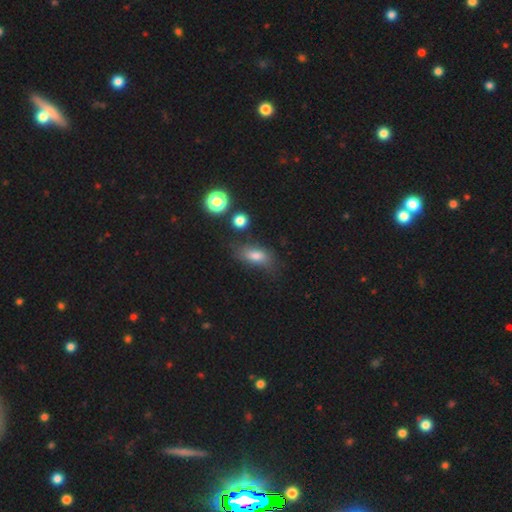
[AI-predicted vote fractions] Q: Smooth or featured?
A: smooth (76%); runner-up: featured or disk (13%)
Q: How rounded?
A: in between (80%); runner-up: cigar-shaped (12%)
Q: Merging?
A: none (63%); runner-up: minor disturbance (22%)